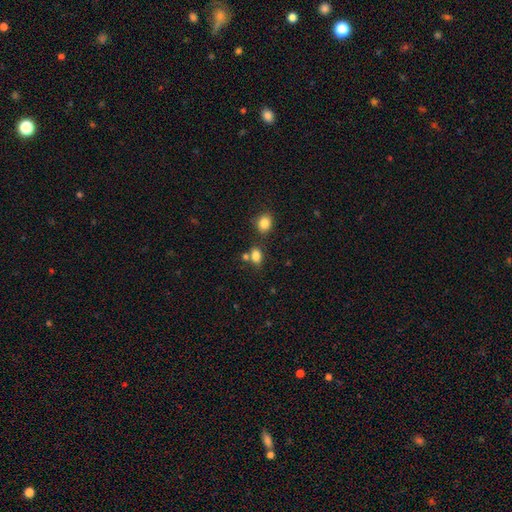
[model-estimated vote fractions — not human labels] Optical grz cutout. It shows a smooth galaxy with no disk features (82%) that is in between round and cigar-shaped (77%). Merging: none (60%).